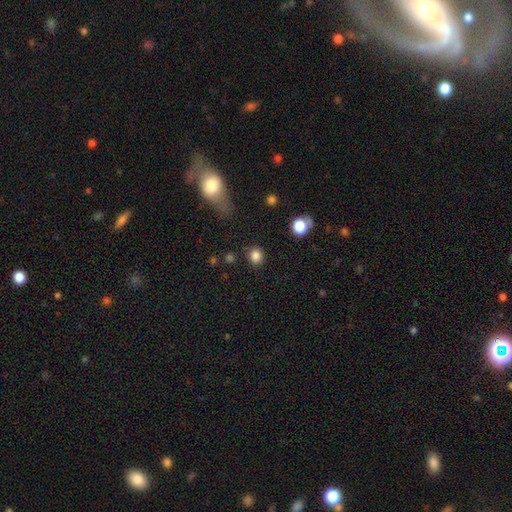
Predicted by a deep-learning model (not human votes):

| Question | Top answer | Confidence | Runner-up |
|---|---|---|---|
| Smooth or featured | smooth | 84% | star or artifact (11%) |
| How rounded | round | 81% | in between (18%) |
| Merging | none | 85% | minor disturbance (9%) |